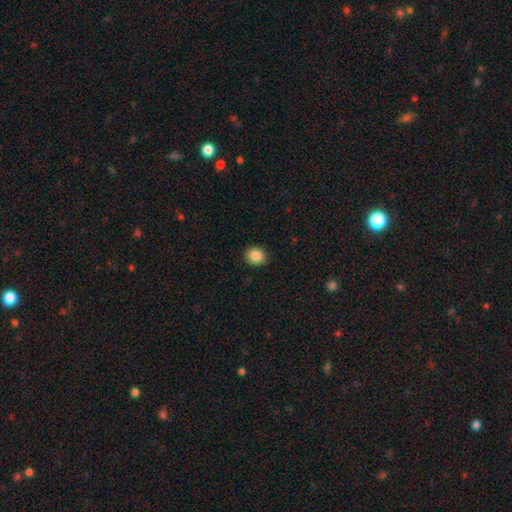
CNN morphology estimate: smooth_or_featured: smooth (p=0.87) [alt: star or artifact p=0.09]
how_rounded: round (p=0.80) [alt: in between p=0.19]
merging: none (p=0.92) [alt: minor disturbance p=0.06]